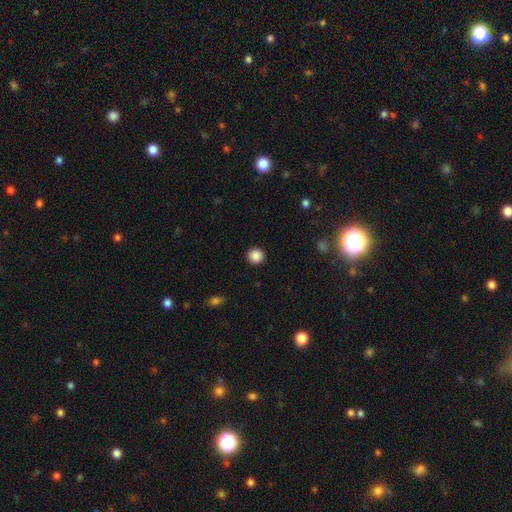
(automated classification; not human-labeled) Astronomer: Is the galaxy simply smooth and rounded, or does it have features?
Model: smooth — 87%.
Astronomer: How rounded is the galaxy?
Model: round — 94%.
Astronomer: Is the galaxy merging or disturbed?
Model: none — 92%.